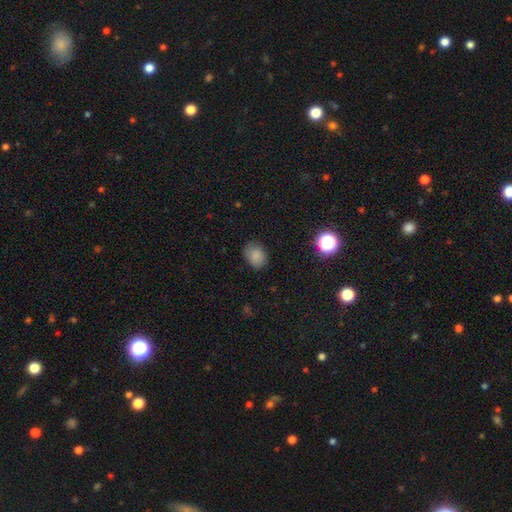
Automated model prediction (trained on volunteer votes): smooth 82%, star or artifact 12%, featured or disk 6%. Down the decision tree: how rounded — in between (61%); merging — none (79%).